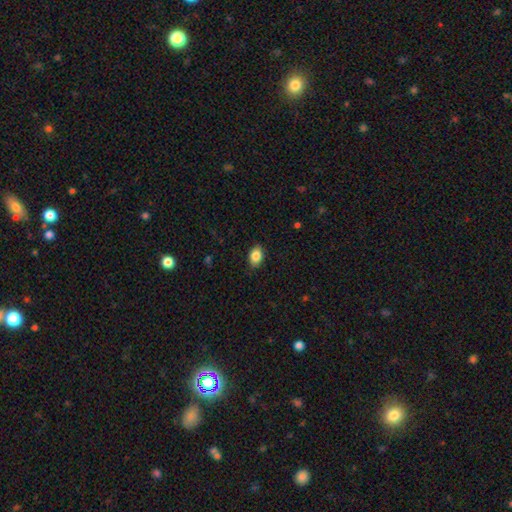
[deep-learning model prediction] The model was most divided on "how rounded": in between: 84%, round: 15%, cigar-shaped: 1%. More confident: merging — none (85%); smooth or featured — smooth (85%).